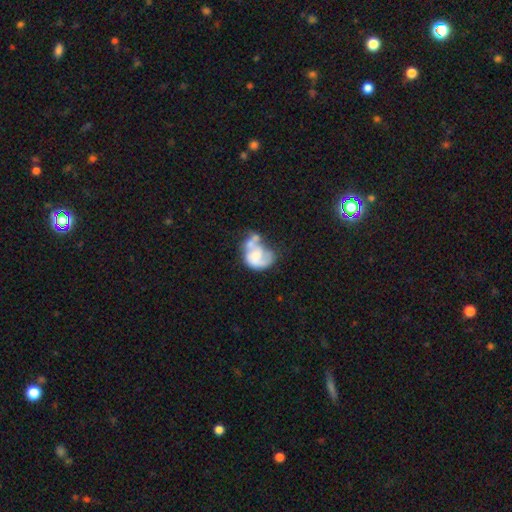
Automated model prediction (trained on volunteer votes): Smooth or featured?
  - featured or disk: 56% *
  - smooth: 37%
  - star or artifact: 8%
Edge-on disk?
  - no: 98% *
  - yes: 2%
Bar?
  - no: 75% *
  - weak: 20%
  - strong: 5%
Spiral arms?
  - yes: 51% *
  - no: 49%
Bulge size?
  - moderate: 34% *
  - small: 27%
  - none: 26%
  - large: 11%
  - dominant: 3%
Merging?
  - merger: 41% *
  - major disturbance: 26%
  - none: 17%
  - minor disturbance: 16%